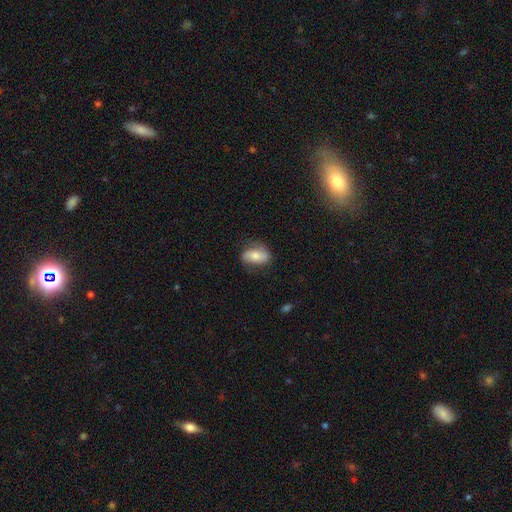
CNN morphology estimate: Smooth or featured: smooth — 56% (featured or disk — 36%)
How rounded: in between — 86% (round — 10%)
Merging: none — 68% (minor disturbance — 22%)